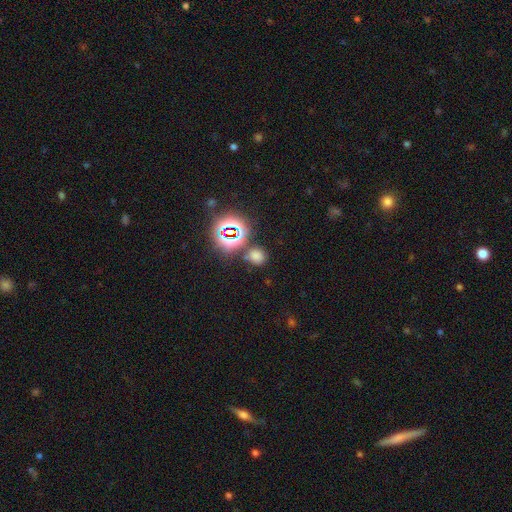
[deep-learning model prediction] smooth 64%, star or artifact 30%, featured or disk 6%. Down the decision tree: how rounded — round (76%); merging — none (75%).